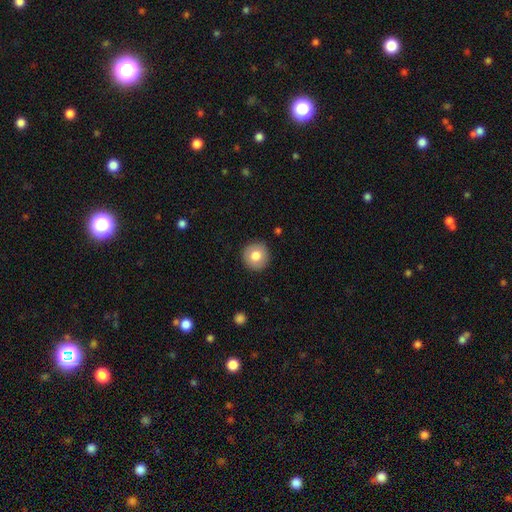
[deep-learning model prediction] Smooth or featured: smooth — 79% (featured or disk — 13%)
How rounded: round — 94% (in between — 5%)
Merging: none — 91% (minor disturbance — 6%)